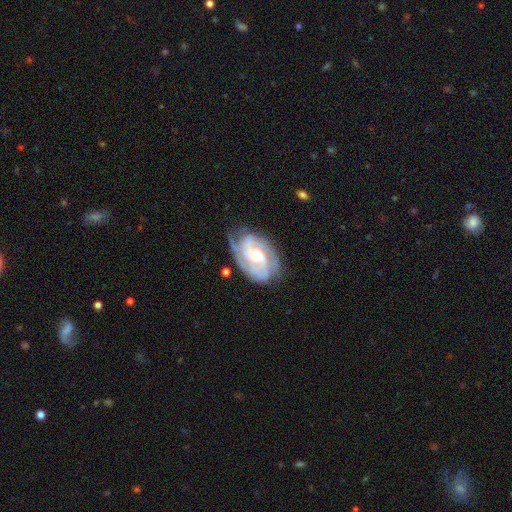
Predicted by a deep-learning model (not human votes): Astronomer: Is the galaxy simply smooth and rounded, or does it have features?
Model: featured or disk — 87%.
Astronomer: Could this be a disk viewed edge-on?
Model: no — 97%.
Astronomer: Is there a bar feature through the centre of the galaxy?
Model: no — 55% (runner-up: weak, 36%).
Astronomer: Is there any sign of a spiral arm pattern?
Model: yes — 97%.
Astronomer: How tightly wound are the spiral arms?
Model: tight — 61%.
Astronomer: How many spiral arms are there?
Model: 2 — 37% (runner-up: 3, 26%).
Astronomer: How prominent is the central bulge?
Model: moderate — 50% (runner-up: small, 43%).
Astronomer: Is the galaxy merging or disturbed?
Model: none — 68%.